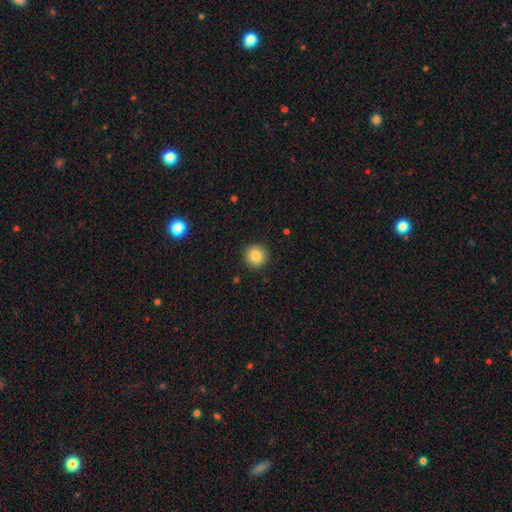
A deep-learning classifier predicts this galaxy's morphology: A smooth galaxy with no disk features (85%) that is round (94%). Merging: none (92%).